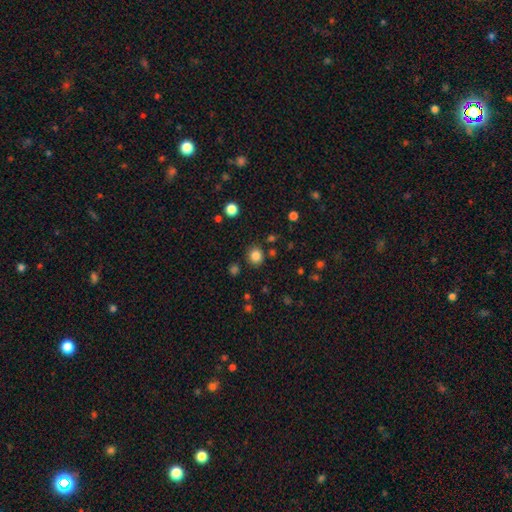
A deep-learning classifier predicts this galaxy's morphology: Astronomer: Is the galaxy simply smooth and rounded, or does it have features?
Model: smooth — 83%.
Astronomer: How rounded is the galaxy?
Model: round — 85%.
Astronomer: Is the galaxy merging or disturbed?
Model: none — 87%.